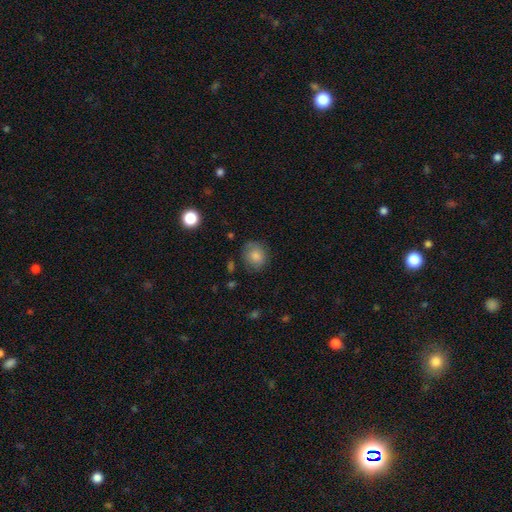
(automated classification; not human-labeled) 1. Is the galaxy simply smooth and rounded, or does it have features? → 82% smooth, 9% featured or disk, 9% star or artifact.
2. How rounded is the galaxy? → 75% round, 24% in between, 1% cigar-shaped.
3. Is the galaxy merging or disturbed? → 73% none, 19% minor disturbance, 6% major disturbance, 2% merger.